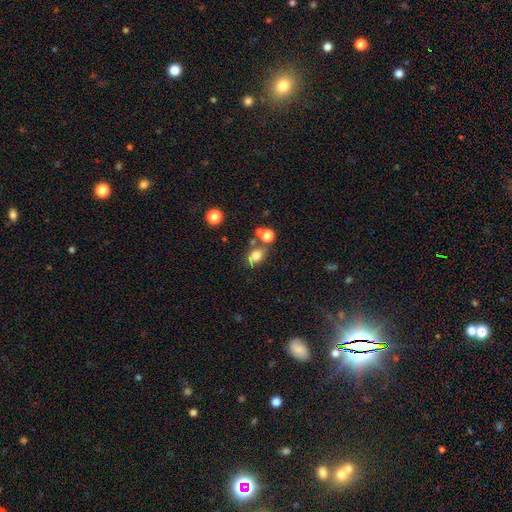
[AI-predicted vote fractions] Smooth or featured? smooth (73%)
How rounded? in between (66%)
Merging? none (56%)